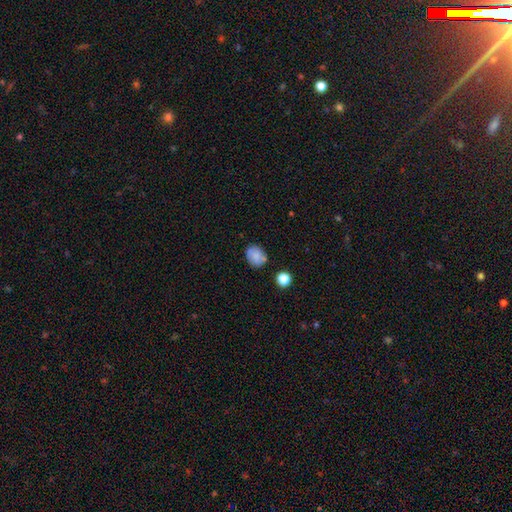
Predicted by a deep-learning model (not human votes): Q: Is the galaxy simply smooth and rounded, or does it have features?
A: smooth — 77%.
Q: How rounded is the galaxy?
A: round — 53%.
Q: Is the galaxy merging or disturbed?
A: none — 73%.